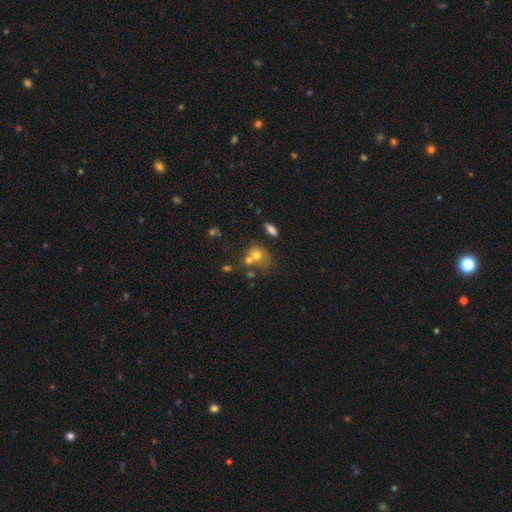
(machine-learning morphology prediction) smooth_or_featured: smooth (p=0.63) [alt: featured or disk p=0.21]
how_rounded: round (p=0.60) [alt: in between p=0.39]
merging: none (p=0.39) [alt: merger p=0.37]